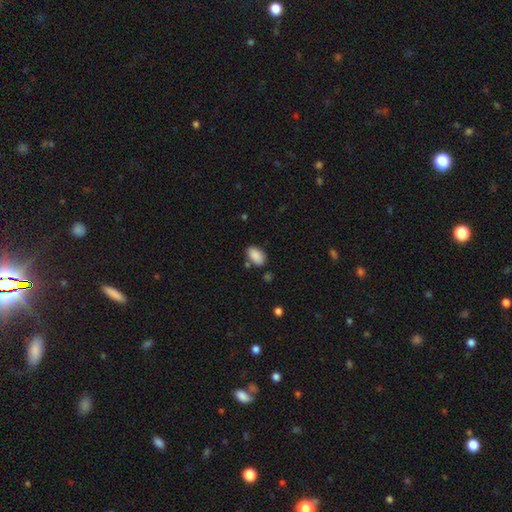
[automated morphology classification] This appears to be a smooth galaxy with no disk features (89%) that is in between round and cigar-shaped (93%). Merging: none (75%).